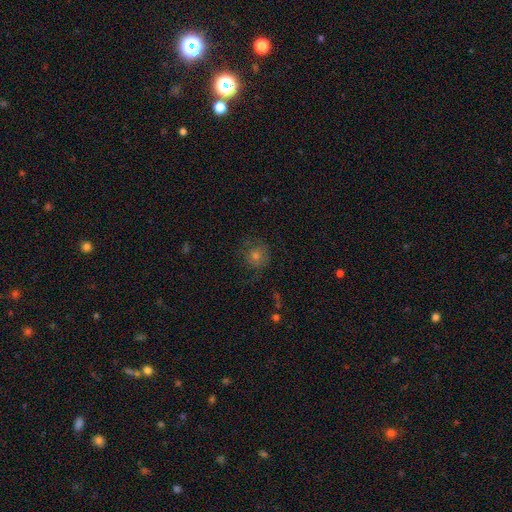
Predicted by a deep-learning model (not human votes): smooth 49%, featured or disk 28%, star or artifact 23%. Down the decision tree: merging — none (75%).